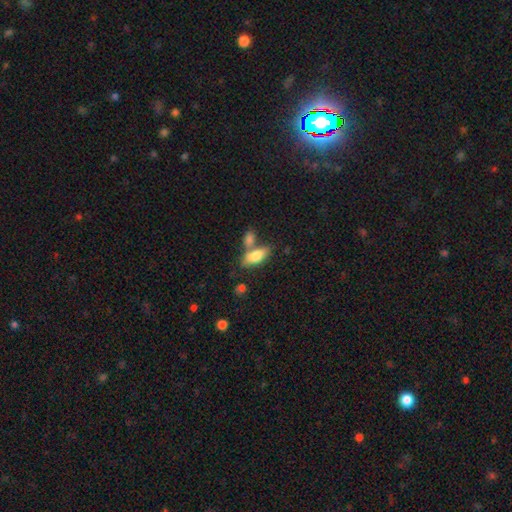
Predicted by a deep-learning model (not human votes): A smooth galaxy with no disk features (77%) that is in between round and cigar-shaped (79%).

Vote fractions:
- Smooth or featured? smooth: 77% / featured or disk: 16% / star or artifact: 7%
- How rounded? in between: 79% / cigar-shaped: 18% / round: 3%
- Merging? none: 47% / merger: 34% / minor disturbance: 13% / major disturbance: 5%